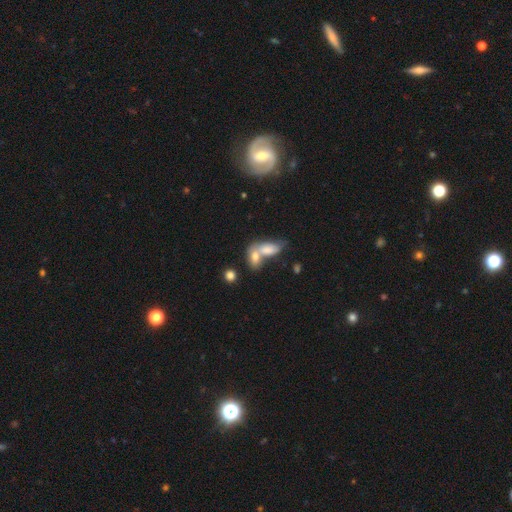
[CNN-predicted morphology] Q: Smooth or featured?
A: featured or disk (47%); runner-up: smooth (35%)
Q: Merging?
A: none (45%); runner-up: merger (35%)